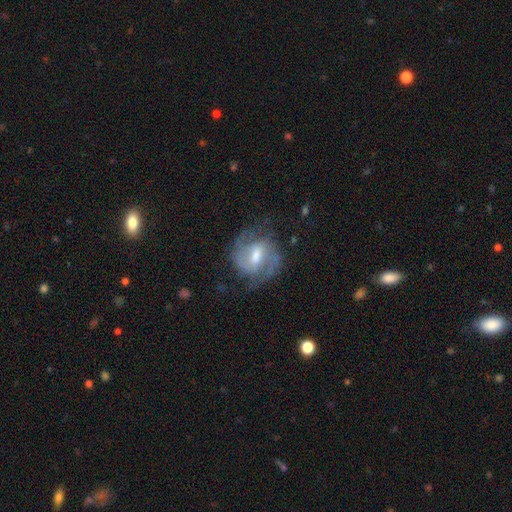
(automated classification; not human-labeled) Morphology: type=featured or disk (86%); edge-on=no (97%); bar=weak (57%); spiral arms=yes (96%); winding=medium (54%); arm count=2 (86%); bulge=moderate (59%); merging=none (73%).